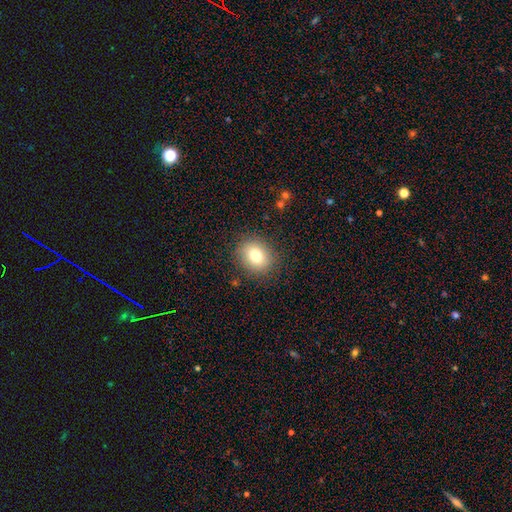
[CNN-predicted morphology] Smooth or featured? Predicted: smooth (p=0.79). How rounded? Predicted: round (p=0.57). Merging? Predicted: none (p=0.86).